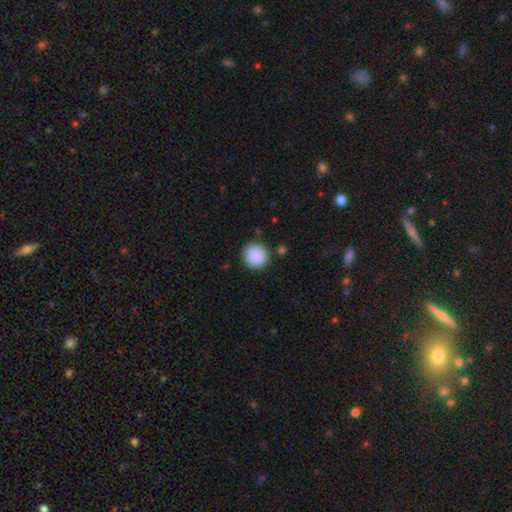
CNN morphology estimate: smooth 90%, star or artifact 7%, featured or disk 3%. Down the decision tree: how rounded — round (93%); merging — none (89%).